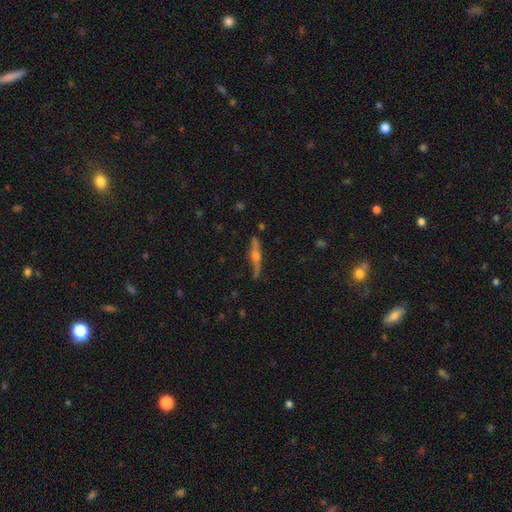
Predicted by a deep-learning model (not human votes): Smooth or featured? featured or disk (73%)
Edge-on disk? yes (96%)
Edge-on bulge? rounded (93%)
Merging? none (82%)